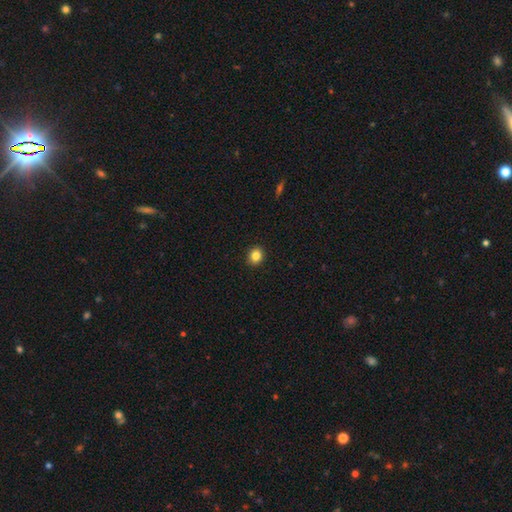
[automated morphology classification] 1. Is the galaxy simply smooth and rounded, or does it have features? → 84% smooth, 11% star or artifact, 5% featured or disk.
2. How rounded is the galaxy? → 74% round, 25% in between, 1% cigar-shaped.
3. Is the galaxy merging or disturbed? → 92% none, 5% minor disturbance, 2% major disturbance, 1% merger.